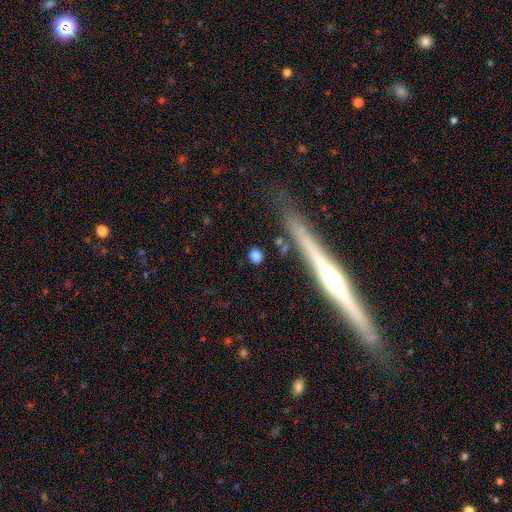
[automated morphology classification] type=smooth (80%); roundness=round (73%); merging=none (84%).